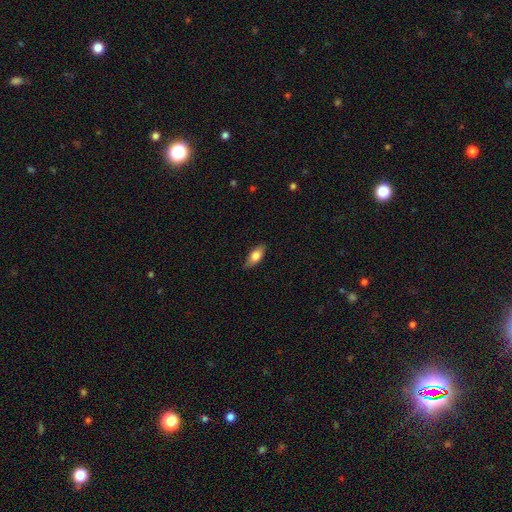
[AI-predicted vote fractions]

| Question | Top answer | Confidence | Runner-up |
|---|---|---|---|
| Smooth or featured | smooth | 73% | featured or disk (21%) |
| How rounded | in between | 78% | cigar-shaped (19%) |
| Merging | none | 83% | minor disturbance (13%) |